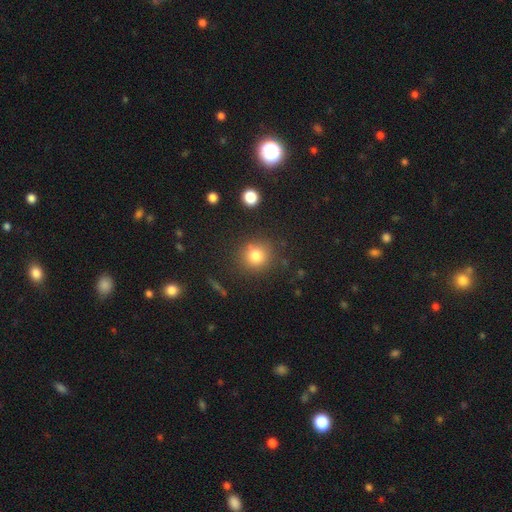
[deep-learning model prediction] This appears to be a smooth galaxy with no disk features (79%) that is round (90%). Merging: none (84%).